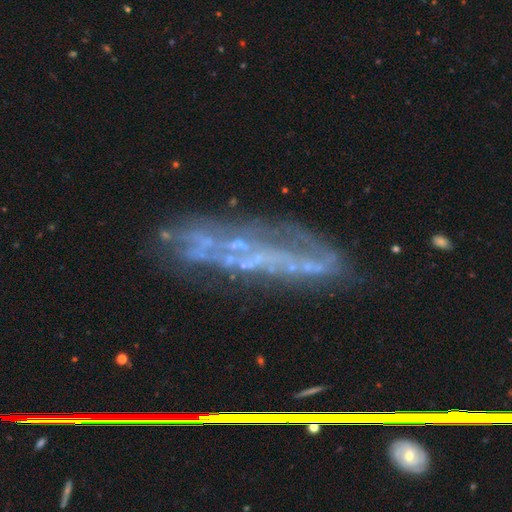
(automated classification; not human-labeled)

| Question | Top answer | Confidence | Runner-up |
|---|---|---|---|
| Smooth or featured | featured or disk | 62% | star or artifact (22%) |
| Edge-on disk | no | 70% | yes (30%) |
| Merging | none | 60% | minor disturbance (21%) |